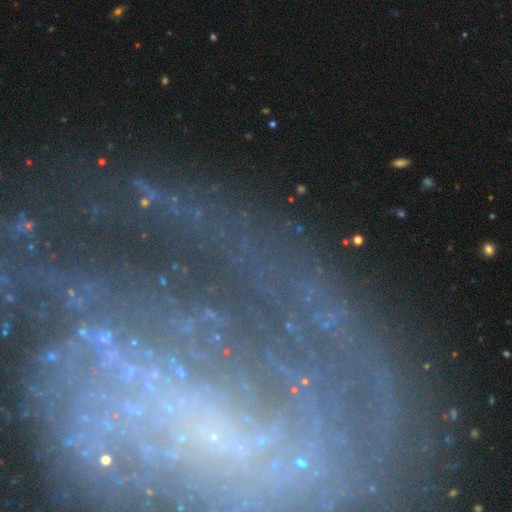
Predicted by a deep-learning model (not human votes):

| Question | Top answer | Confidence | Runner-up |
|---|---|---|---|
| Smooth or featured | featured or disk | 65% | star or artifact (23%) |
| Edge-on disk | no | 90% | yes (10%) |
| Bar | no | 51% | weak (25%) |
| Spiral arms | yes | 86% | no (14%) |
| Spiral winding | tight | 67% | medium (23%) |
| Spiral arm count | can't tell | 30% | 2 (18%) |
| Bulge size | small | 66% | moderate (17%) |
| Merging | none | 70% | minor disturbance (15%) |